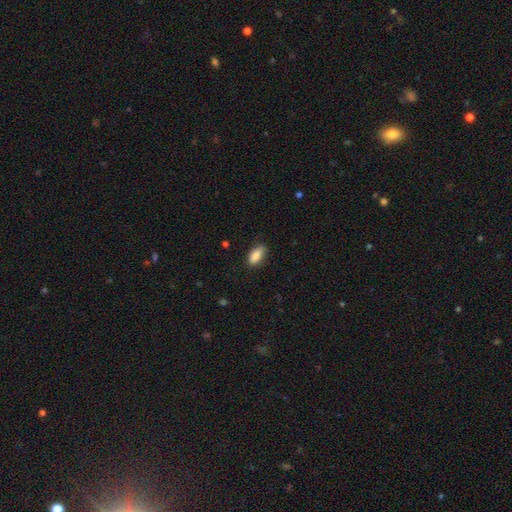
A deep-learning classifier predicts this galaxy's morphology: Smooth or featured: smooth — 88% (star or artifact — 7%)
How rounded: in between — 87% (cigar-shaped — 10%)
Merging: none — 78% (minor disturbance — 17%)